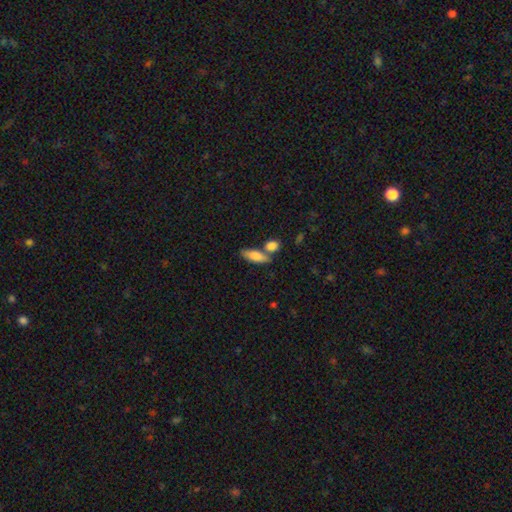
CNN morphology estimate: Overall: smooth (78%). How rounded: in between (68%; cigar-shaped 28%). Merging: none (57%; merger 27%).